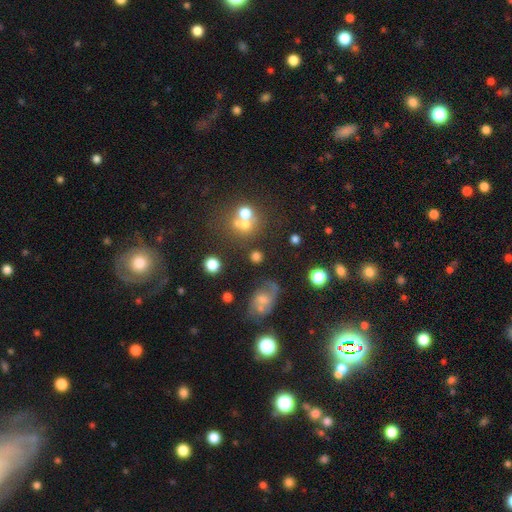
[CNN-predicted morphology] Q: Smooth or featured?
A: smooth (45%); runner-up: star or artifact (34%)
Q: Merging?
A: none (57%); runner-up: merger (22%)